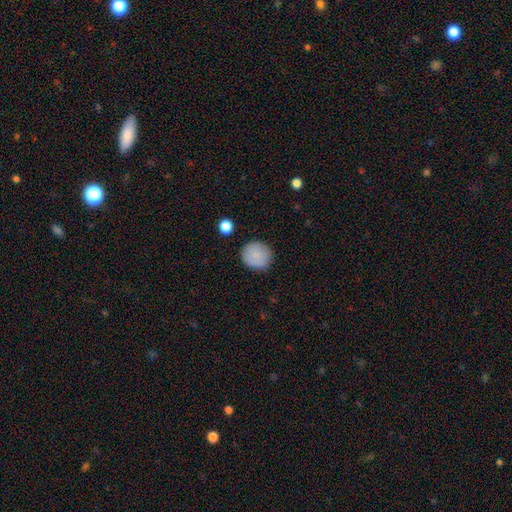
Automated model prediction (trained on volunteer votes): The model was most divided on "merging": none: 87%, minor disturbance: 9%, major disturbance: 2%, merger: 1%. More confident: how rounded — round (90%); smooth or featured — smooth (87%).